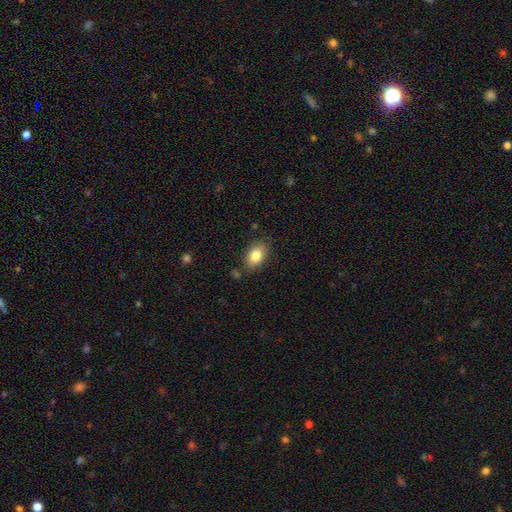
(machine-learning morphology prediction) Smooth or featured: smooth — 83% (featured or disk — 9%)
How rounded: in between — 84% (round — 15%)
Merging: none — 79% (minor disturbance — 15%)